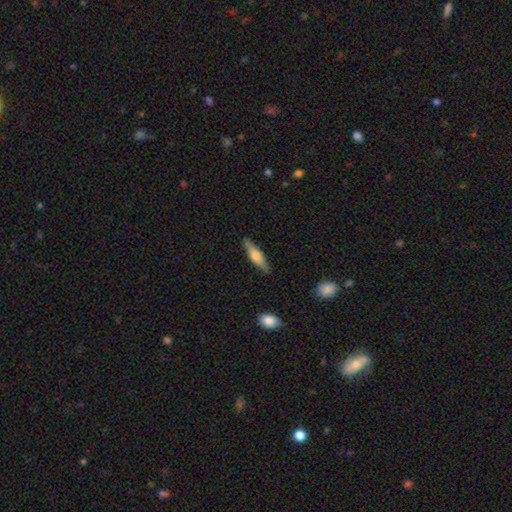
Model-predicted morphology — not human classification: smooth 55%, featured or disk 40%, star or artifact 6%. Down the decision tree: how rounded — cigar-shaped (71%); merging — none (85%).